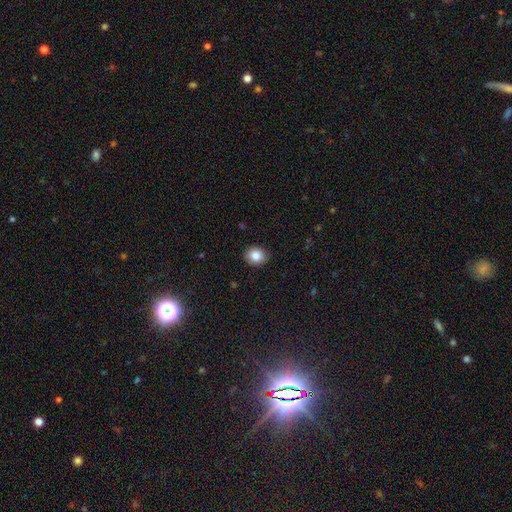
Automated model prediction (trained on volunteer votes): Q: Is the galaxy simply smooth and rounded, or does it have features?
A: smooth — 84%.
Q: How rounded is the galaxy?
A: round — 72%.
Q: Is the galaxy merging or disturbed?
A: none — 89%.